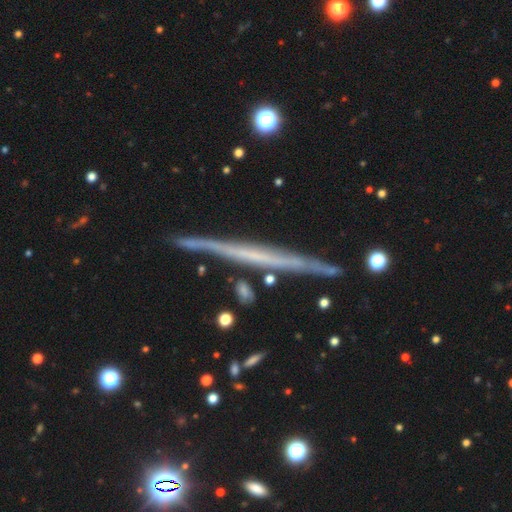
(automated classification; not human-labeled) Morphology: type=featured or disk (69%); edge-on=yes (98%); edge-on bulge=none (89%); merging=none (89%).